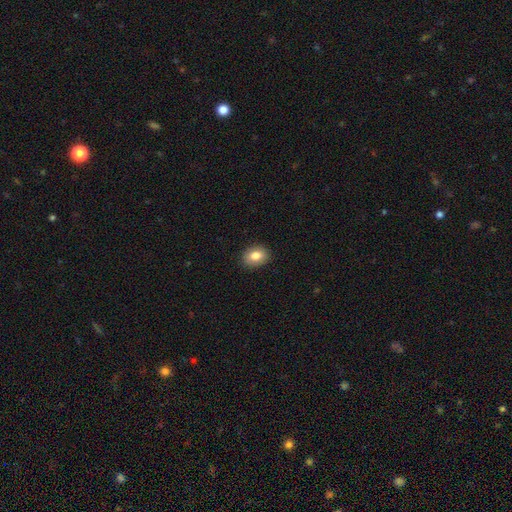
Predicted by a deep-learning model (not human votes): Smooth or featured: smooth — 83% (featured or disk — 9%)
How rounded: in between — 73% (round — 26%)
Merging: none — 89% (minor disturbance — 8%)